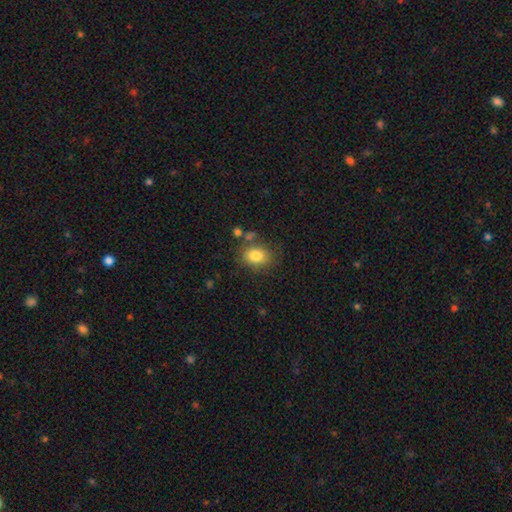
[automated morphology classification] Smooth or featured?
  - smooth: 82% *
  - star or artifact: 9%
  - featured or disk: 9%
How rounded?
  - in between: 66% *
  - round: 32%
  - cigar-shaped: 1%
Merging?
  - none: 72% *
  - minor disturbance: 15%
  - merger: 7%
  - major disturbance: 5%